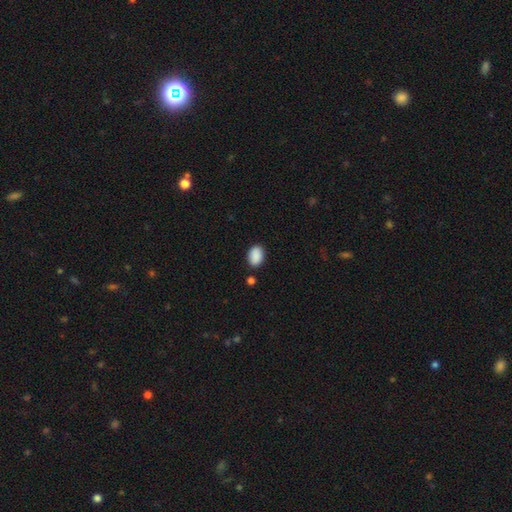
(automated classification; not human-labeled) Smooth or featured? Predicted: smooth (p=0.90). How rounded? Predicted: in between (p=0.84). Merging? Predicted: none (p=0.84).